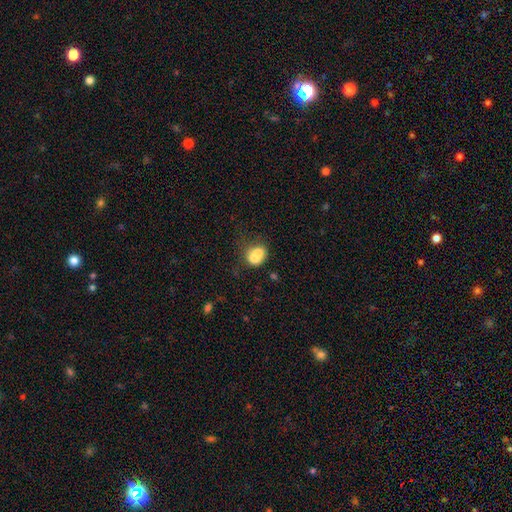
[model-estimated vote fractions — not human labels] A smooth galaxy with no disk features (69%) that is round (59%). Merging: merger (60%).